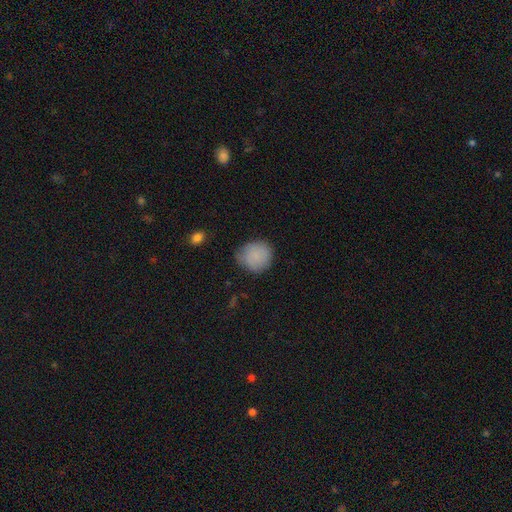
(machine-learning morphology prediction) Overall: smooth (84%). How rounded: round (85%). Merging: none (65%; minor disturbance 27%).